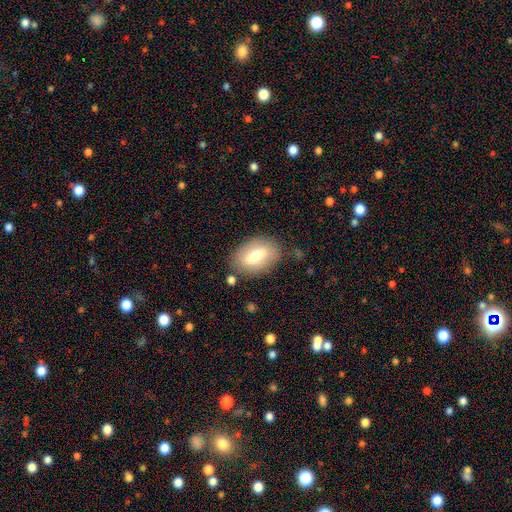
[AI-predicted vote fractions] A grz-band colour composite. It shows a smooth galaxy with no disk features (64%) that is in between round and cigar-shaped (87%). Merging: none (76%).